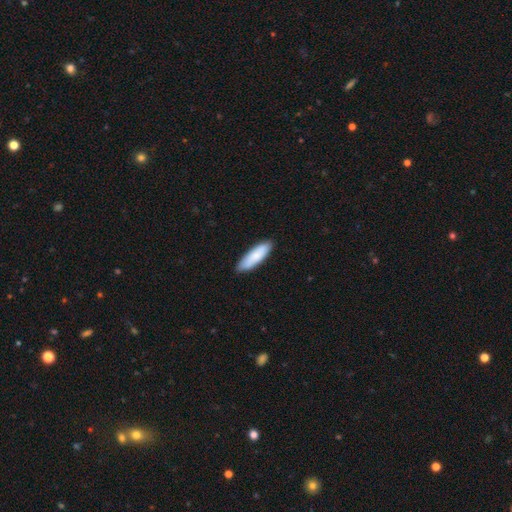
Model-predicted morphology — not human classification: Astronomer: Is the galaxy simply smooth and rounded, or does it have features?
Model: smooth — 84%.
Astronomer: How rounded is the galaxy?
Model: cigar-shaped — 55% (runner-up: in between, 43%).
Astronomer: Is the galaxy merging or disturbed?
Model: none — 87%.